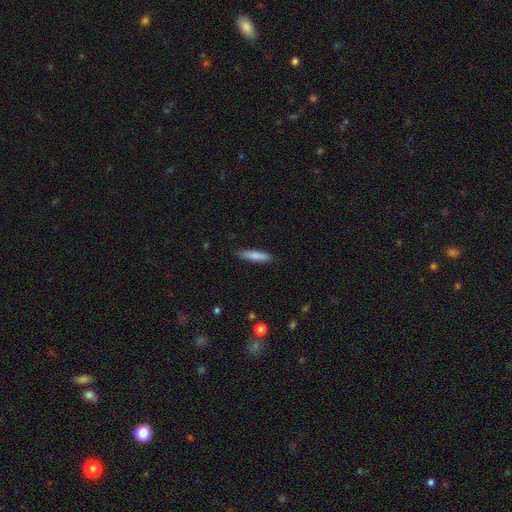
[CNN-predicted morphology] Smooth or featured: smooth — 82% (featured or disk — 12%)
How rounded: cigar-shaped — 81% (in between — 17%)
Merging: none — 87% (minor disturbance — 10%)